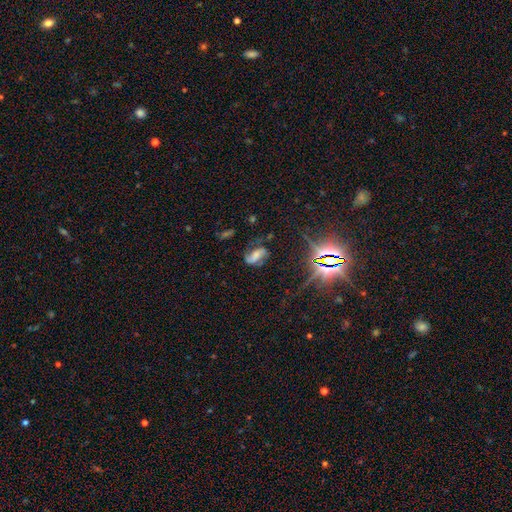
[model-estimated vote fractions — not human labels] A featured or disk galaxy (52%).

Vote fractions:
- Smooth or featured? featured or disk: 52% / smooth: 28% / star or artifact: 20%
- Edge-on disk? no: 94% / yes: 6%
- Merging? none: 51% / minor disturbance: 24% / major disturbance: 21% / merger: 4%